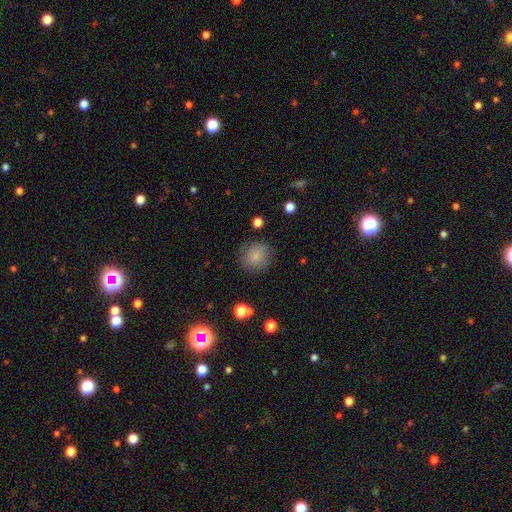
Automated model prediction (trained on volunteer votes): This appears to be a smooth galaxy with no disk features (81%) that is round (88%). Merging: none (79%).